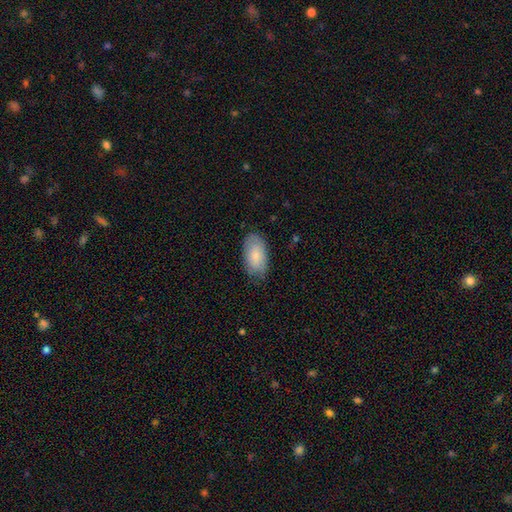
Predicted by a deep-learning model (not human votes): Overall: smooth (79%). How rounded: in between (94%). Merging: none (77%).